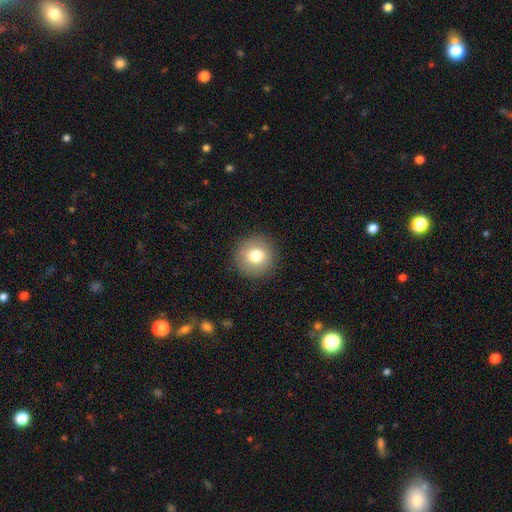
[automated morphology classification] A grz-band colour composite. It shows a smooth galaxy with no disk features (77%) that is round (94%). Merging: none (91%).